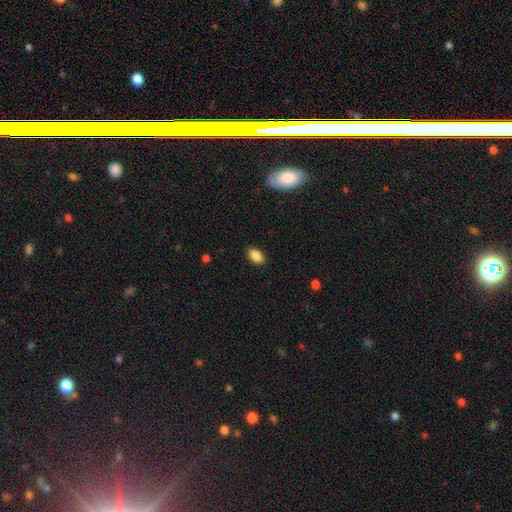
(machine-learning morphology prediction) type=smooth (87%); roundness=in between (92%); merging=none (88%).